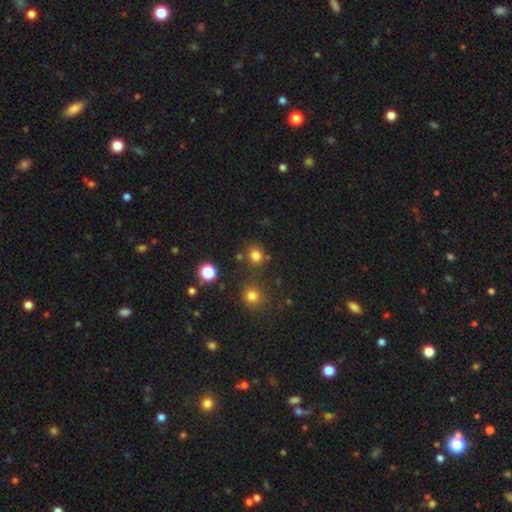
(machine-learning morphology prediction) Smooth or featured? smooth (78%)
How rounded? round (81%)
Merging? none (75%)